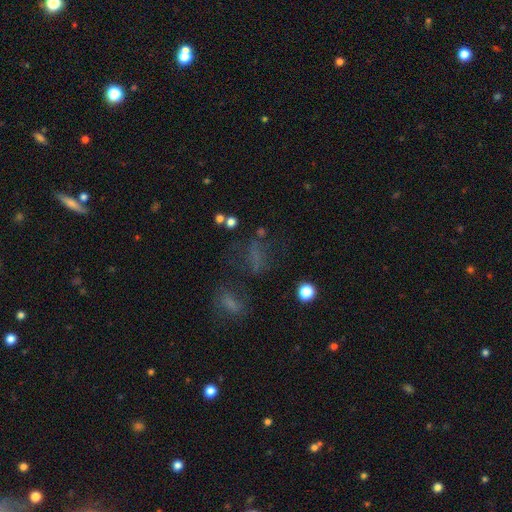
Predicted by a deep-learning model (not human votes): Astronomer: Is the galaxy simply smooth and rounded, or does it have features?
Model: smooth — 46% (runner-up: star or artifact, 32%).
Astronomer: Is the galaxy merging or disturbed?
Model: none — 48% (runner-up: major disturbance, 25%).